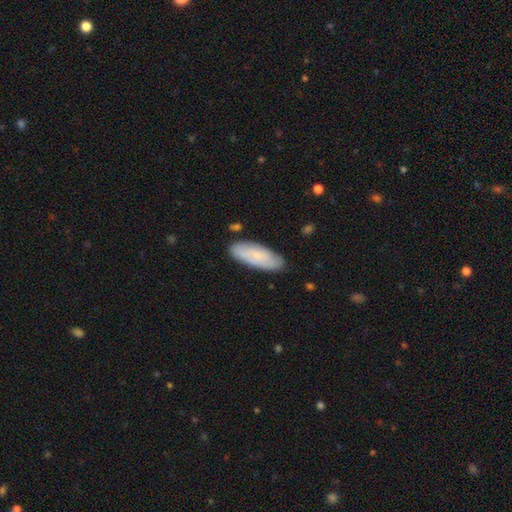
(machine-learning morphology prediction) A smooth galaxy with no disk features (68%) that is in between round and cigar-shaped (69%).

Vote fractions:
- Smooth or featured? smooth: 68% / featured or disk: 25% / star or artifact: 7%
- How rounded? in between: 69% / cigar-shaped: 29% / round: 2%
- Merging? none: 81% / minor disturbance: 14% / major disturbance: 3% / merger: 2%